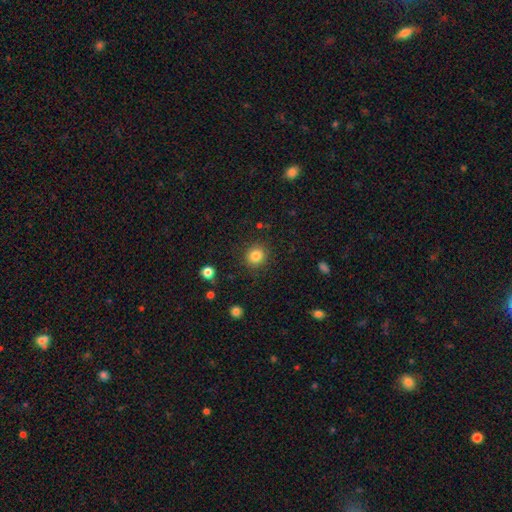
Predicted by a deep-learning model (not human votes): Smooth or featured? smooth (83%)
How rounded? round (87%)
Merging? none (89%)